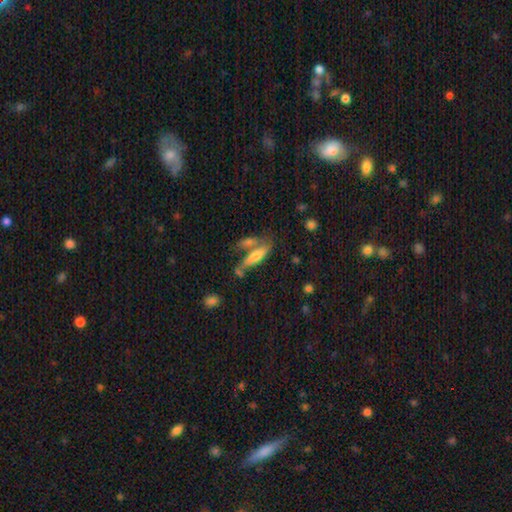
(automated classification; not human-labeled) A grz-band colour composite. It shows a smooth galaxy with no disk features (60%) that is cigar-shaped (52%). Merging: none (41%).